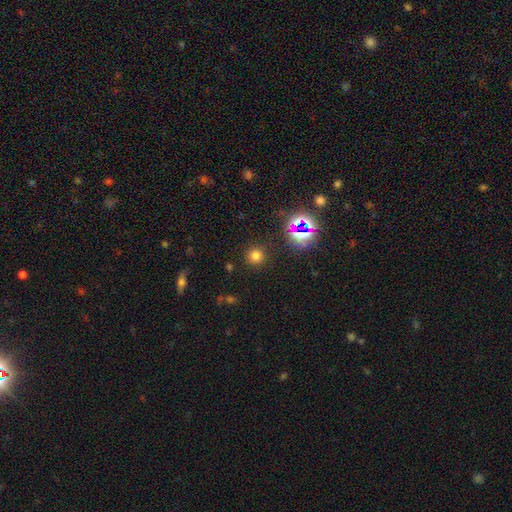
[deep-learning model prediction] Smooth or featured? smooth (70%)
How rounded? round (93%)
Merging? none (89%)